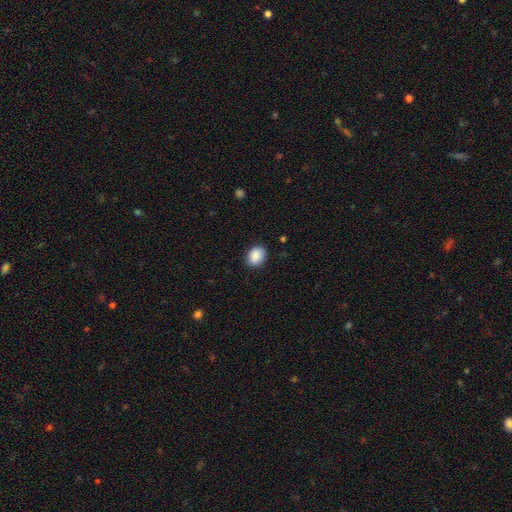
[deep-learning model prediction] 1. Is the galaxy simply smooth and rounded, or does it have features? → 90% smooth, 8% star or artifact, 3% featured or disk.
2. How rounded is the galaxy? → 61% in between, 38% round, 1% cigar-shaped.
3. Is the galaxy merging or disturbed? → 87% none, 9% minor disturbance, 2% major disturbance, 1% merger.